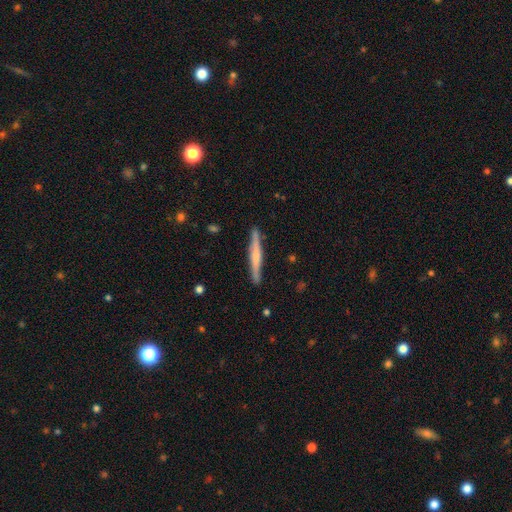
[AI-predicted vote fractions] featured or disk 55%, smooth 39%, star or artifact 5%. Down the decision tree: edge-on disk — yes (97%); edge-on bulge — rounded (53%); merging — none (89%).